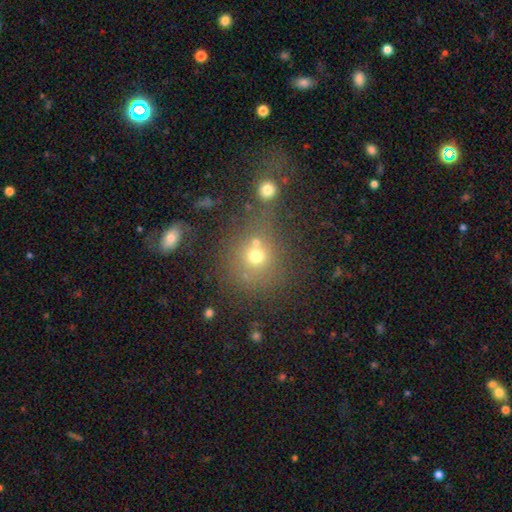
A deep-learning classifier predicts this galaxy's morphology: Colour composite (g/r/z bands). It shows a smooth galaxy with no disk features (65%) that is round (83%). Merging: none (55%).